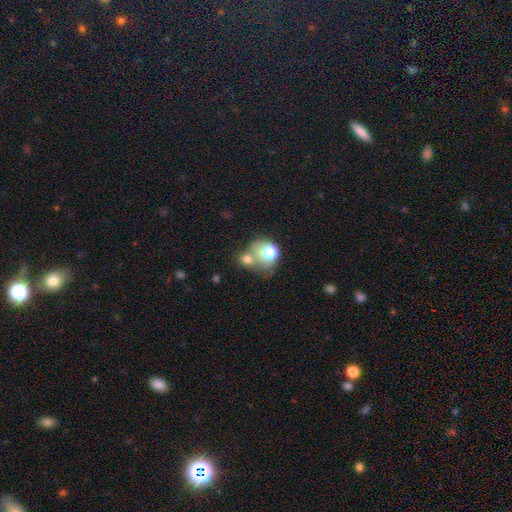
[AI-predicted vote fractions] Smooth or featured? Predicted: smooth (p=0.63). How rounded? Predicted: round (p=0.72). Merging? Predicted: merger (p=0.45).